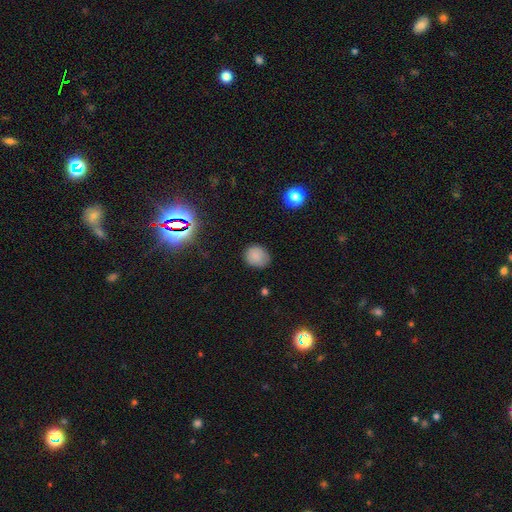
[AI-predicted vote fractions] smooth 83%, star or artifact 12%, featured or disk 5%. Down the decision tree: how rounded — round (72%); merging — none (80%).